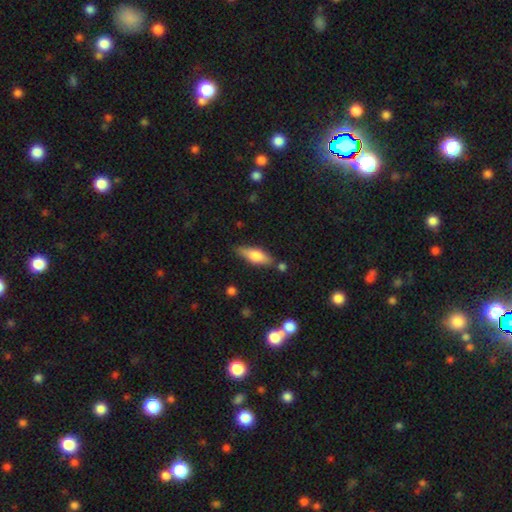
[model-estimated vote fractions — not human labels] Smooth or featured?
  - smooth: 64% *
  - featured or disk: 30%
  - star or artifact: 6%
How rounded?
  - in between: 56% *
  - cigar-shaped: 42%
  - round: 2%
Merging?
  - none: 80% *
  - minor disturbance: 13%
  - merger: 4%
  - major disturbance: 3%